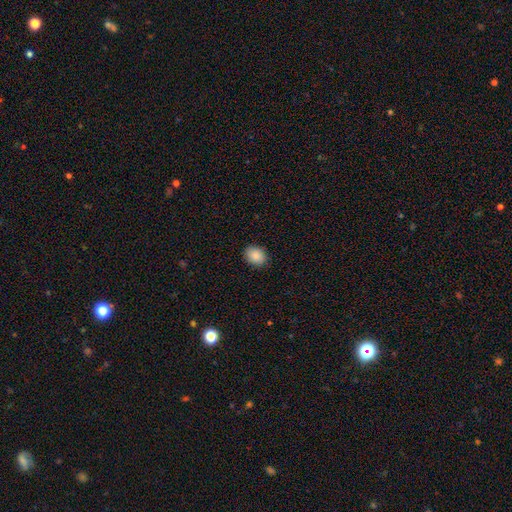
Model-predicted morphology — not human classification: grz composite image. It shows a smooth galaxy with no disk features (88%) that is in between round and cigar-shaped (55%). Merging: none (89%).